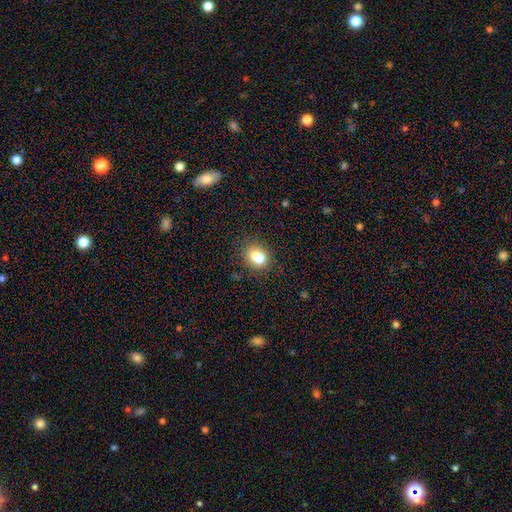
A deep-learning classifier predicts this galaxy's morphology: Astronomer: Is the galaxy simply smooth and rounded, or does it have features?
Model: smooth — 76%.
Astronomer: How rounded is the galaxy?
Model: in between — 51% (runner-up: round, 48%).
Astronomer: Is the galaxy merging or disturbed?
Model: none — 62%.